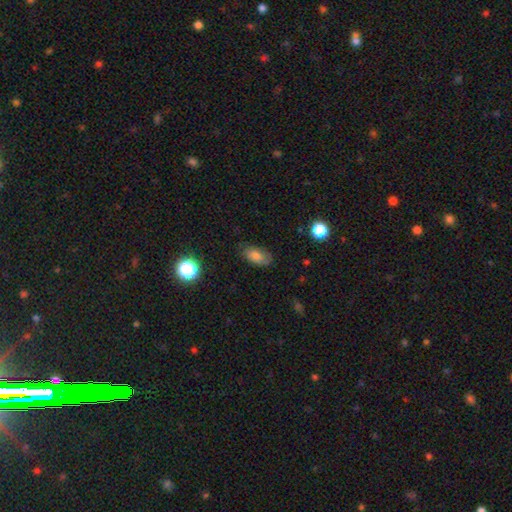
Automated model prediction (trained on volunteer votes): This appears to be a smooth galaxy with no disk features (72%) that is in between round and cigar-shaped (90%). Merging: none (73%).